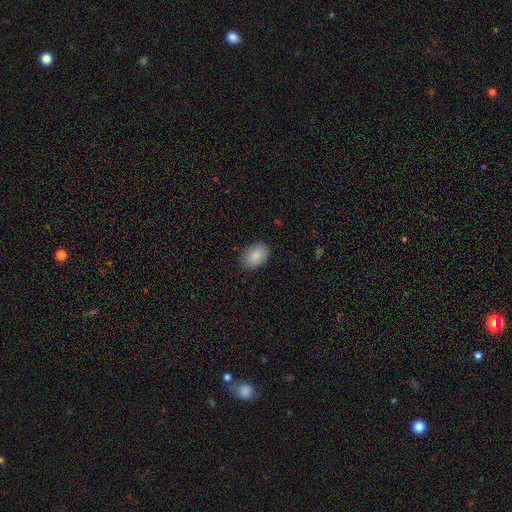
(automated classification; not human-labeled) A smooth galaxy with no disk features (87%) that is in between round and cigar-shaped (80%). Merging: none (86%).